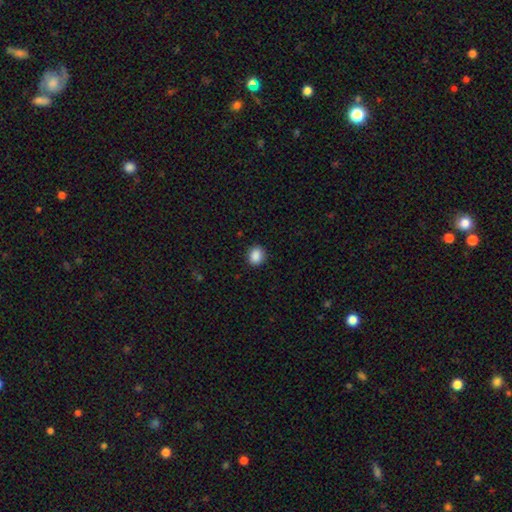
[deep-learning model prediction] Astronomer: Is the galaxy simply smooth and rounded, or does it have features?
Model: smooth — 88%.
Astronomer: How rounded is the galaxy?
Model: round — 65%.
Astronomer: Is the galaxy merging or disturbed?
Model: none — 88%.